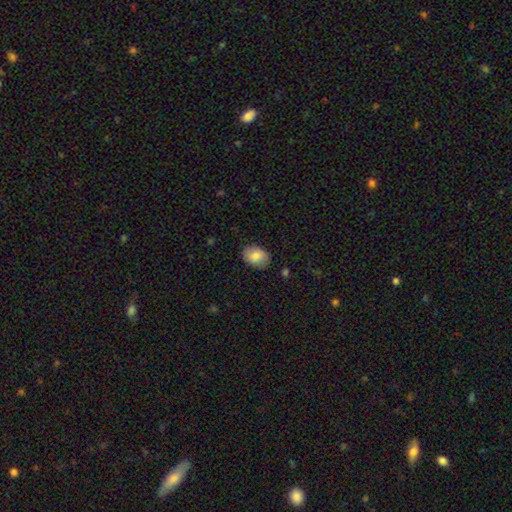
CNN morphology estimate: type=smooth (83%); roundness=in between (76%); merging=none (85%).